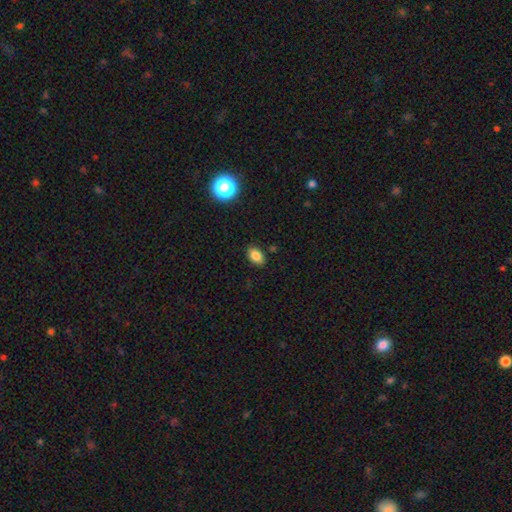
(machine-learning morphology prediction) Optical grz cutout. It shows a smooth galaxy with no disk features (83%) that is in between round and cigar-shaped (85%). Merging: none (86%).